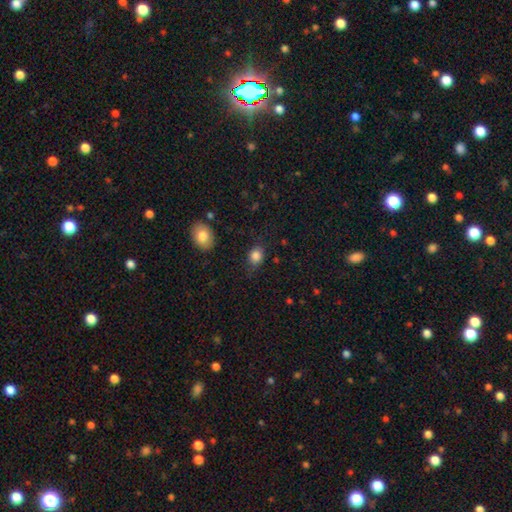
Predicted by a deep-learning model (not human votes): The model was most divided on "how rounded": round: 53%, in between: 45%, cigar-shaped: 1%. More confident: smooth or featured — smooth (84%); merging — none (71%).